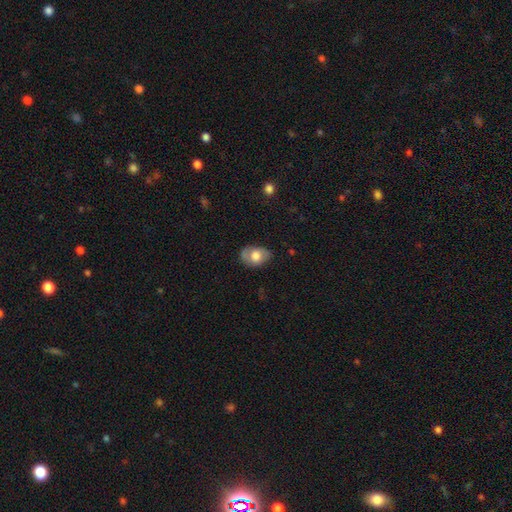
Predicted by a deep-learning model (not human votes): Smooth or featured? Predicted: smooth (p=0.64). How rounded? Predicted: in between (p=0.80). Merging? Predicted: none (p=0.65).